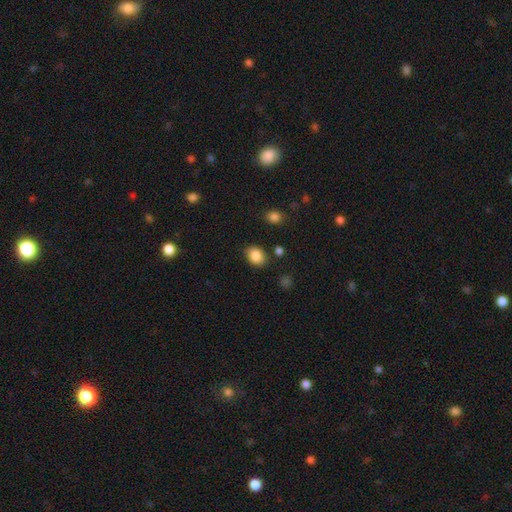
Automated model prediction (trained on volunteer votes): Q: Smooth or featured?
A: smooth (86%); runner-up: star or artifact (9%)
Q: How rounded?
A: in between (62%); runner-up: round (37%)
Q: Merging?
A: none (81%); runner-up: minor disturbance (13%)